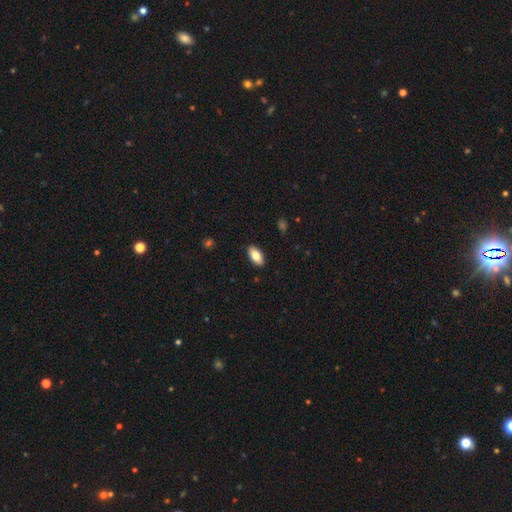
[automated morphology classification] The model was most divided on "smooth or featured": smooth: 80%, featured or disk: 14%, star or artifact: 6%. More confident: how rounded — in between (91%); merging — none (89%).